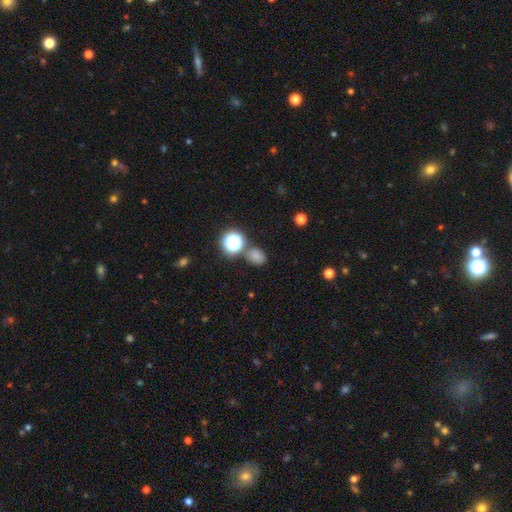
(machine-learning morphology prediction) type=smooth (74%); roundness=round (55%); merging=none (74%).